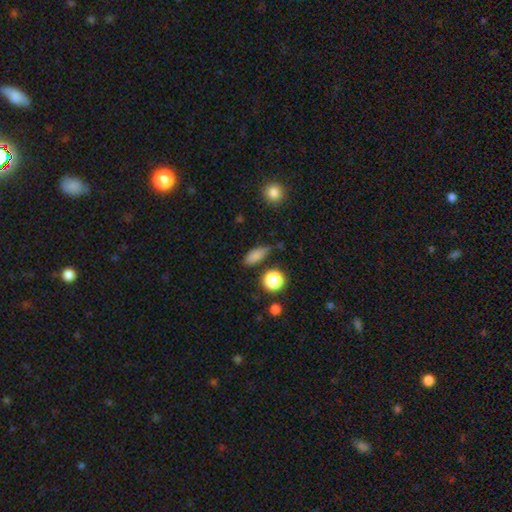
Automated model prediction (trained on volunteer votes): Q: Smooth or featured?
A: smooth (81%); runner-up: star or artifact (12%)
Q: How rounded?
A: in between (68%); runner-up: cigar-shaped (19%)
Q: Merging?
A: none (70%); runner-up: minor disturbance (20%)